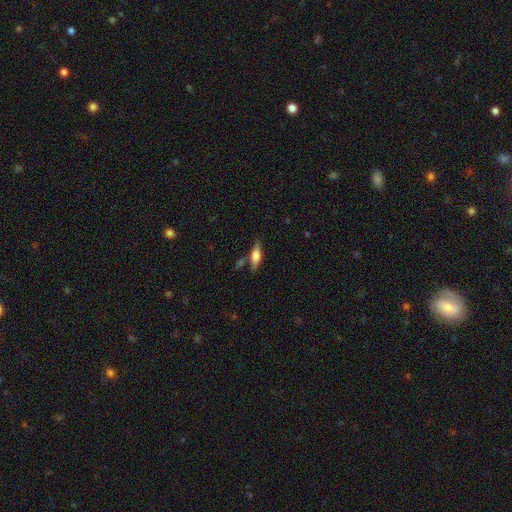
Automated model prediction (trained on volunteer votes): smooth-or-featured: smooth: 54% | featured or disk: 39% | star or artifact: 7%
  how-rounded: cigar-shaped: 49% | in between: 48% | round: 3%
  merging: none: 71% | minor disturbance: 17% | merger: 8% | major disturbance: 5%